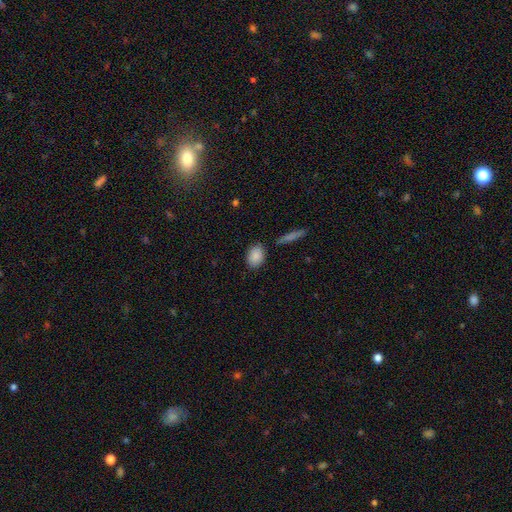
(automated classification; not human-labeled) Q: Smooth or featured?
A: smooth (88%); runner-up: star or artifact (7%)
Q: How rounded?
A: in between (80%); runner-up: round (18%)
Q: Merging?
A: none (83%); runner-up: minor disturbance (11%)